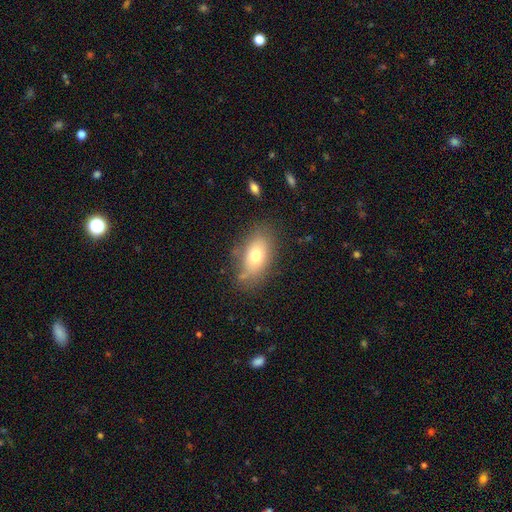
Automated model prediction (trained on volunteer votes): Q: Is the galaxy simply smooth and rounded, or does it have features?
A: smooth — 73%.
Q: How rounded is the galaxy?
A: in between — 88%.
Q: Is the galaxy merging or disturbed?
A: none — 73%.